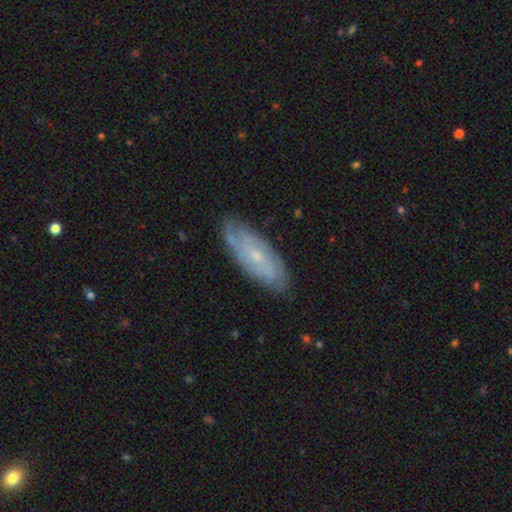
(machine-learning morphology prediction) Smooth or featured?
  - featured or disk: 70% *
  - smooth: 23%
  - star or artifact: 7%
Edge-on disk?
  - no: 87% *
  - yes: 13%
Bar?
  - no: 68% *
  - weak: 27%
  - strong: 5%
Spiral arms?
  - yes: 88% *
  - no: 12%
Spiral winding?
  - tight: 60% *
  - medium: 31%
  - loose: 9%
Spiral arm count?
  - can't tell: 48% *
  - 2: 26%
  - 3: 12%
  - 4: 7%
  - 1: 4%
  - more than 4: 4%
Bulge size?
  - small: 75% *
  - moderate: 21%
  - none: 3%
  - large: 1%
  - dominant: 1%
Merging?
  - none: 78% *
  - minor disturbance: 17%
  - major disturbance: 4%
  - merger: 1%